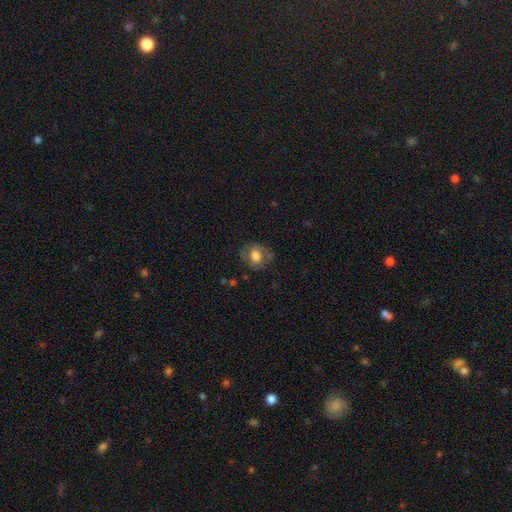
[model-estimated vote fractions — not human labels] This appears to be a smooth galaxy with no disk features (57%) that is round (57%). Merging: none (66%).